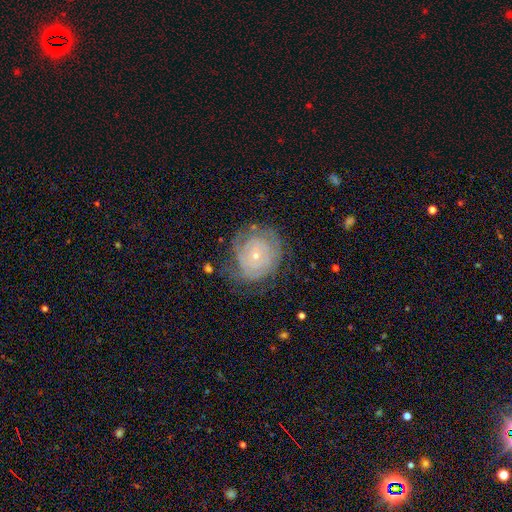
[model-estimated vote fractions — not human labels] featured or disk 74%, smooth 18%, star or artifact 8%. Down the decision tree: edge-on disk — no (97%); bar — no (78%); spiral arms — yes (87%); spiral arm count — can't tell (48%); spiral winding — tight (78%); bulge size — small (78%); merging — none (68%).